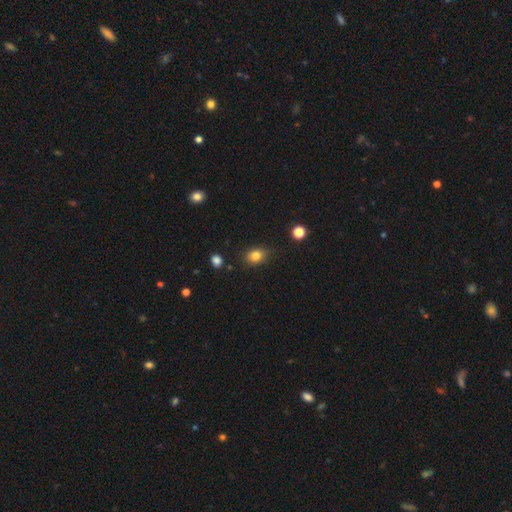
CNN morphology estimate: The model was most divided on "how rounded": in between: 59%, round: 39%, cigar-shaped: 1%. More confident: smooth or featured — smooth (82%); merging — none (79%).